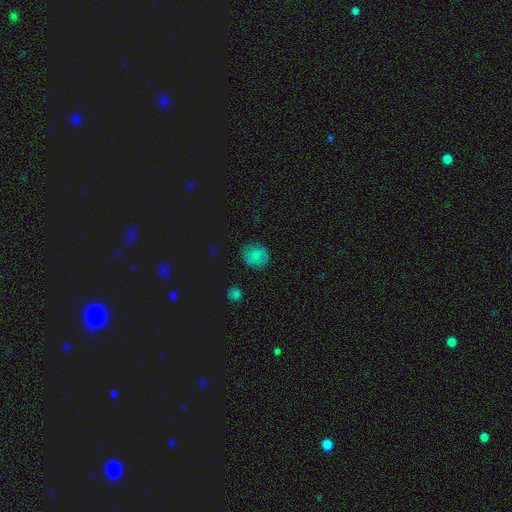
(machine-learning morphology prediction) Overall: smooth (79%). How rounded: round (81%). Merging: none (82%).